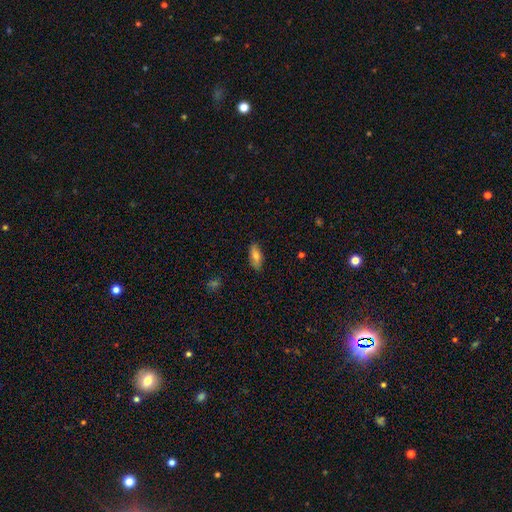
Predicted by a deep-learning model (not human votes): A smooth galaxy with no disk features (75%) that is in between round and cigar-shaped (75%). Merging: none (86%).